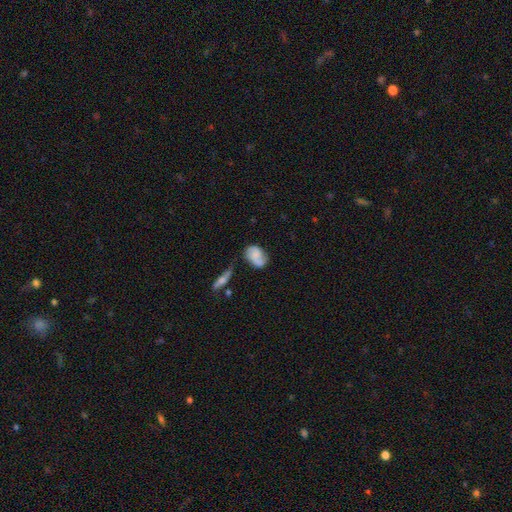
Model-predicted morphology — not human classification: Smooth or featured?
  - featured or disk: 51% *
  - smooth: 41%
  - star or artifact: 8%
Edge-on disk?
  - no: 96% *
  - yes: 4%
Merging?
  - none: 59% *
  - minor disturbance: 24%
  - major disturbance: 9%
  - merger: 8%